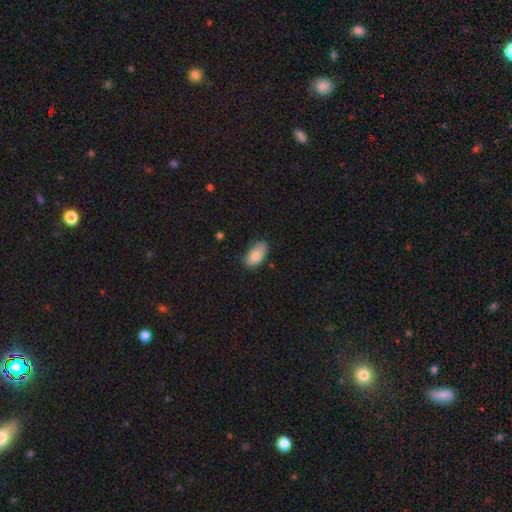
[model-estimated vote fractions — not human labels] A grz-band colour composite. It shows a smooth galaxy with no disk features (85%) that is in between round and cigar-shaped (94%). Merging: none (64%).